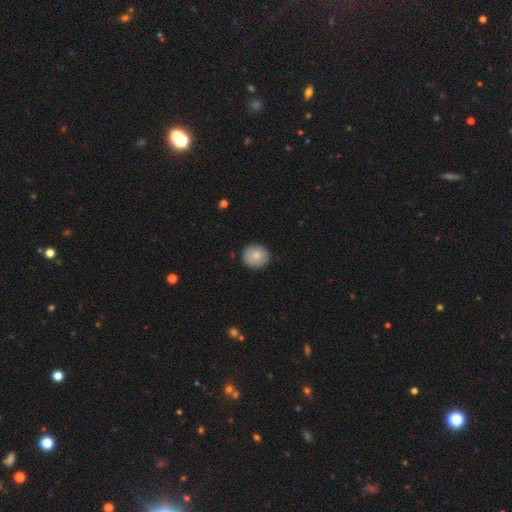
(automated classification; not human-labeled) Smooth or featured? Predicted: smooth (p=0.81). How rounded? Predicted: round (p=0.91). Merging? Predicted: none (p=0.89).